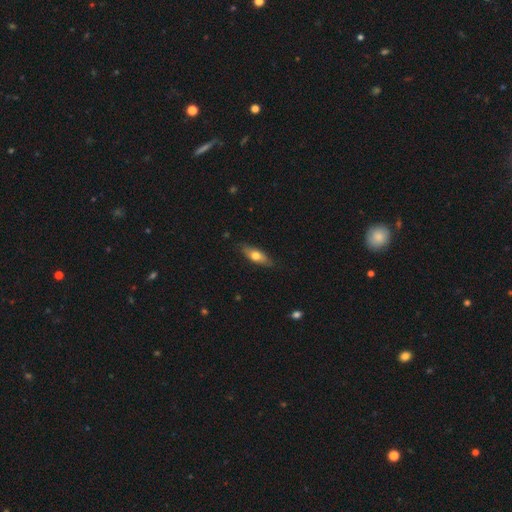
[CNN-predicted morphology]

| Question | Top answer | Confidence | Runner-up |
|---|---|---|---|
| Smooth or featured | smooth | 58% | featured or disk (36%) |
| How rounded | in between | 60% | cigar-shaped (37%) |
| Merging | none | 84% | minor disturbance (12%) |